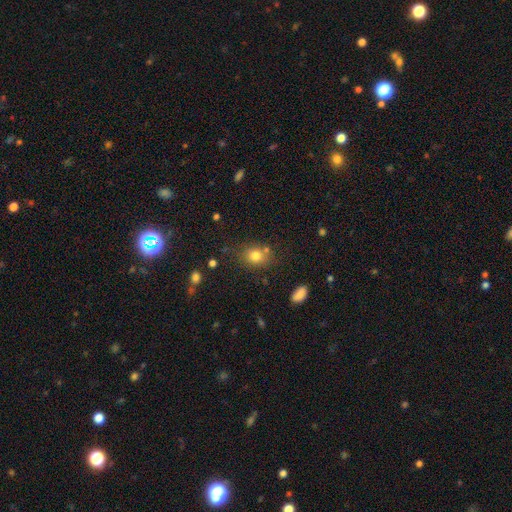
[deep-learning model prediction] This is likely a smooth galaxy (78%). How rounded: possibly round (54%). Merging: likely none (70%).